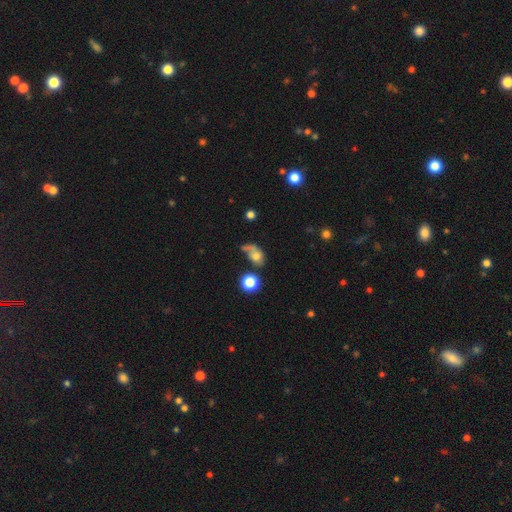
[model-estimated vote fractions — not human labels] This appears to be a smooth galaxy with no disk features (59%) that is in between round and cigar-shaped (58%). Merging: major disturbance (37%).